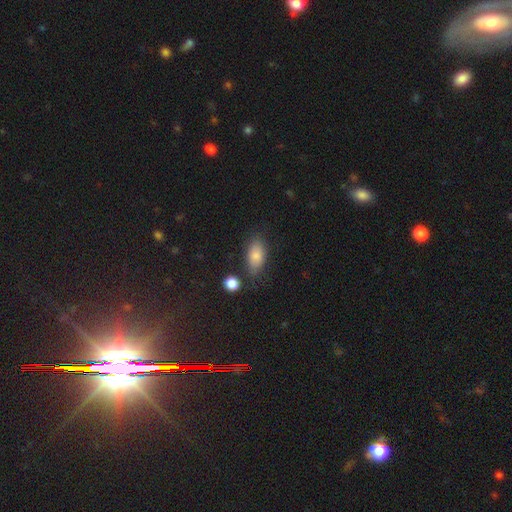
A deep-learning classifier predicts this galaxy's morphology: smooth_or_featured: smooth (p=0.80) [alt: featured or disk p=0.11]
how_rounded: in between (p=0.88) [alt: cigar-shaped p=0.06]
merging: none (p=0.75) [alt: minor disturbance p=0.17]